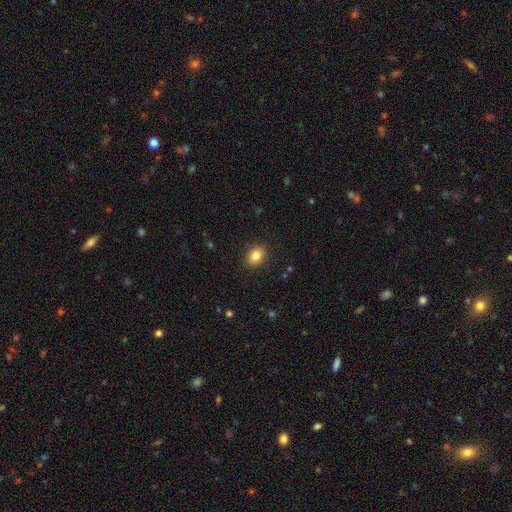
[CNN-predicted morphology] A smooth galaxy with no disk features (84%) that is in between round and cigar-shaped (58%). Merging: none (89%).